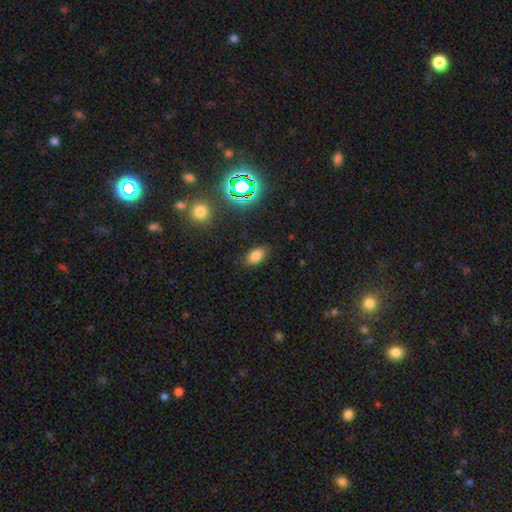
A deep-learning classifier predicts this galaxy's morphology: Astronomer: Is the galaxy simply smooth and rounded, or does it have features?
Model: smooth — 75%.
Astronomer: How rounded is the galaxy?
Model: in between — 89%.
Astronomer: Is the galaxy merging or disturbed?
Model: none — 85%.